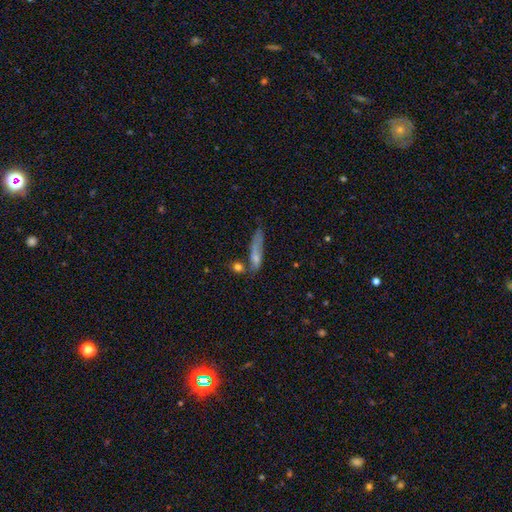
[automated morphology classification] smooth_or_featured: smooth (p=0.66) [alt: featured or disk p=0.24]
how_rounded: cigar-shaped (p=0.67) [alt: in between p=0.27]
merging: none (p=0.40) [alt: minor disturbance p=0.24]